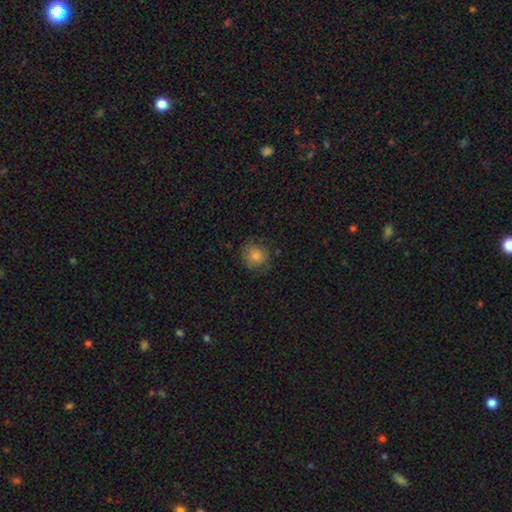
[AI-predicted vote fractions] Smooth or featured: smooth — 77% (featured or disk — 13%)
How rounded: round — 83% (in between — 16%)
Merging: none — 72% (minor disturbance — 20%)